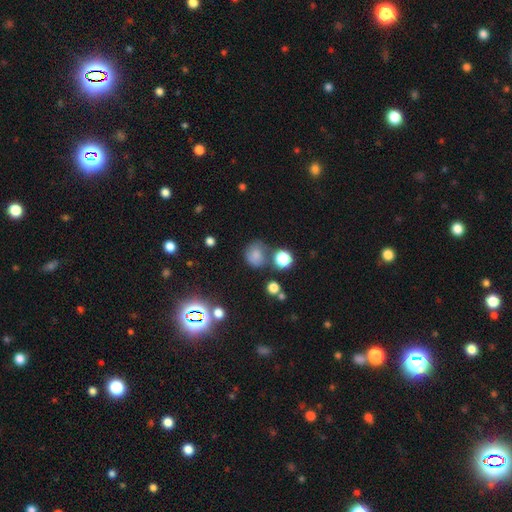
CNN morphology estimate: Smooth or featured?
  - smooth: 70% *
  - star or artifact: 17%
  - featured or disk: 13%
How rounded?
  - round: 73% *
  - in between: 26%
  - cigar-shaped: 1%
Merging?
  - none: 55% *
  - minor disturbance: 22%
  - merger: 13%
  - major disturbance: 10%